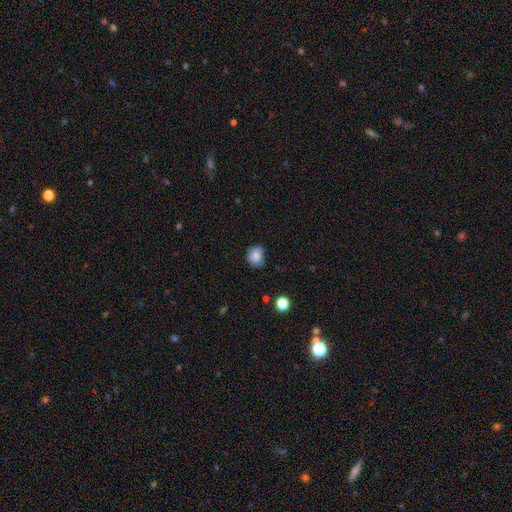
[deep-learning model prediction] Smooth or featured?
  - smooth: 84% *
  - star or artifact: 9%
  - featured or disk: 7%
How rounded?
  - round: 73% *
  - in between: 26%
  - cigar-shaped: 1%
Merging?
  - none: 70% *
  - minor disturbance: 24%
  - major disturbance: 4%
  - merger: 2%